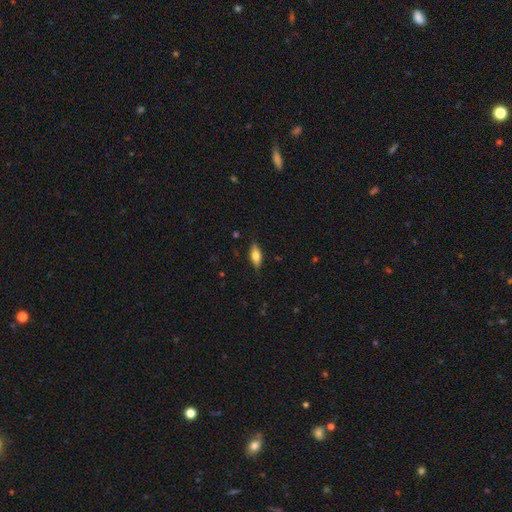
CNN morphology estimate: Smooth or featured: smooth — 68% (featured or disk — 25%)
How rounded: in between — 75% (cigar-shaped — 22%)
Merging: none — 84% (minor disturbance — 13%)